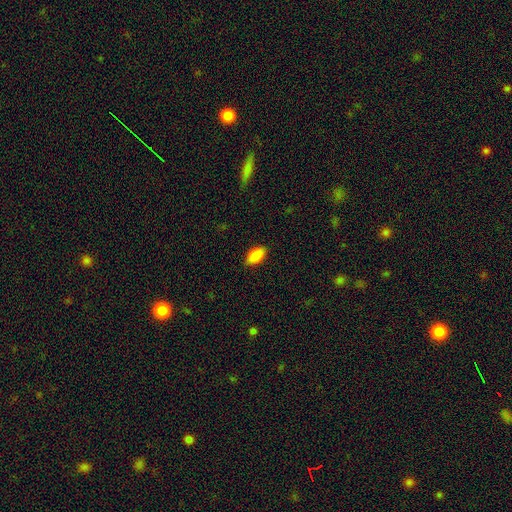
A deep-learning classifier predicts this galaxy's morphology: smooth 85%, featured or disk 8%, star or artifact 7%. Down the decision tree: how rounded — in between (92%); merging — none (86%).